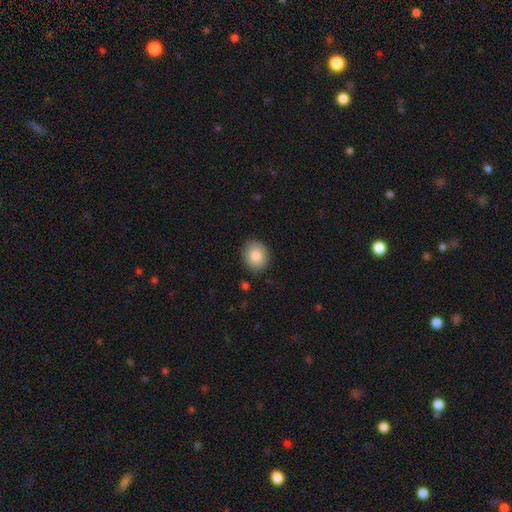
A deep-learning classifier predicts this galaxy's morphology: smooth-or-featured: smooth: 84% | featured or disk: 8% | star or artifact: 8%
  how-rounded: round: 57% | in between: 42% | cigar-shaped: 1%
  merging: none: 87% | minor disturbance: 10% | major disturbance: 2% | merger: 1%